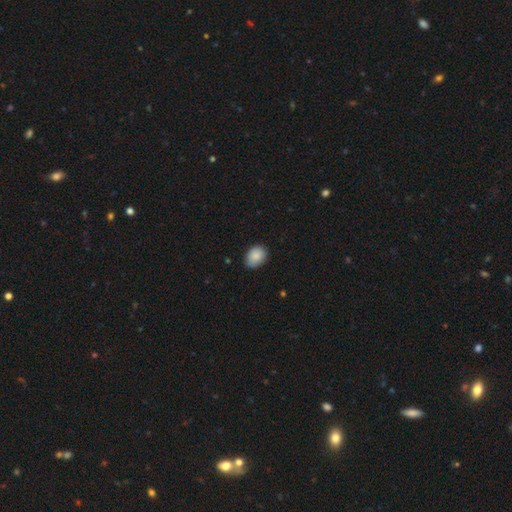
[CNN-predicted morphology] Smooth or featured: smooth — 86% (star or artifact — 8%)
How rounded: in between — 62% (round — 37%)
Merging: none — 76% (minor disturbance — 20%)